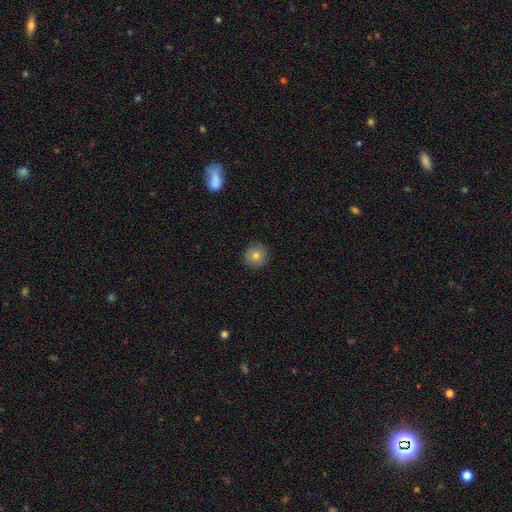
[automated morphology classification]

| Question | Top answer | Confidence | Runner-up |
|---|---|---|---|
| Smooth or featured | smooth | 78% | featured or disk (12%) |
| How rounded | round | 95% | in between (4%) |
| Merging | none | 91% | minor disturbance (6%) |